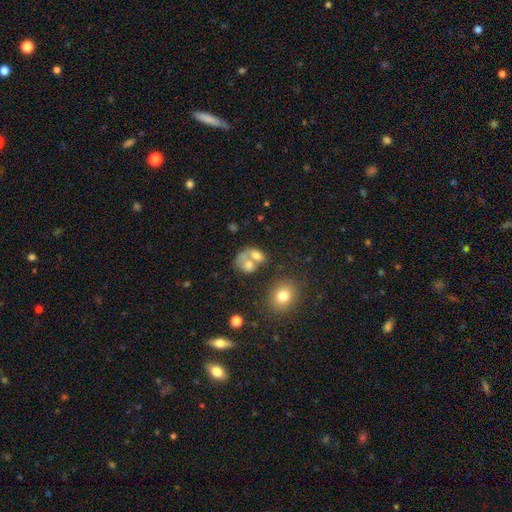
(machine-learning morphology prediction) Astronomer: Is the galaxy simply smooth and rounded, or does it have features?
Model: smooth — 48% (runner-up: star or artifact, 30%).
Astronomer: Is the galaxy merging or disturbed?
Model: none — 61%.